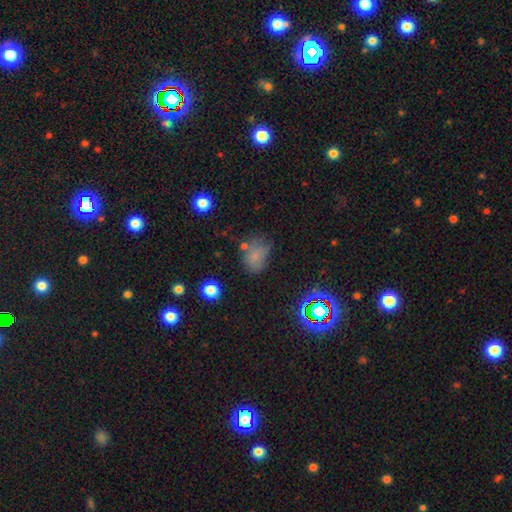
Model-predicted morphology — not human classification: A smooth galaxy with no disk features (66%) that is in between round and cigar-shaped (67%).

Vote fractions:
- Smooth or featured? smooth: 66% / star or artifact: 21% / featured or disk: 13%
- How rounded? in between: 67% / round: 31% / cigar-shaped: 1%
- Merging? none: 49% / minor disturbance: 28% / major disturbance: 15% / merger: 8%